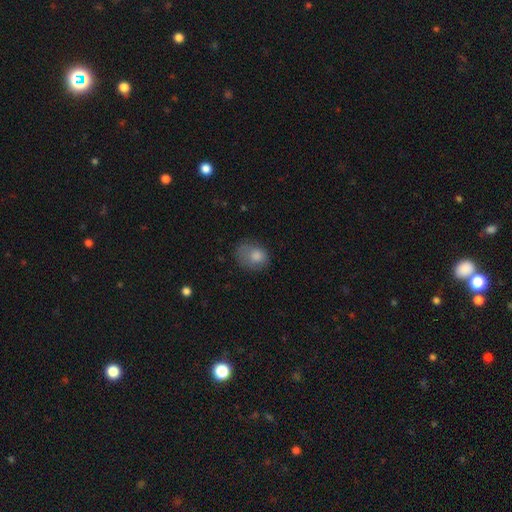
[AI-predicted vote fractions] smooth_or_featured: smooth (p=0.76) [alt: featured or disk p=0.14]
how_rounded: in between (p=0.57) [alt: round p=0.42]
merging: none (p=0.48) [alt: minor disturbance p=0.31]